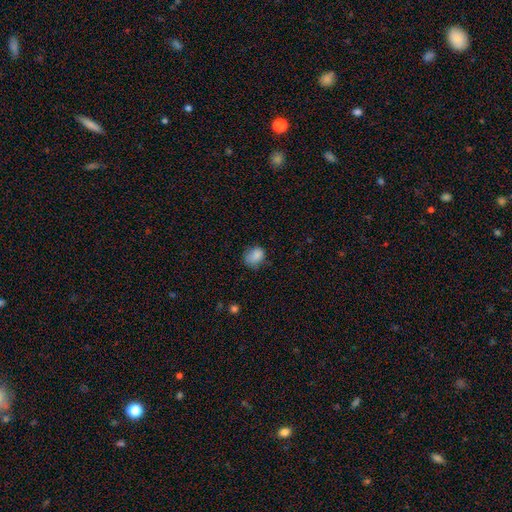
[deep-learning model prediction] smooth-or-featured: smooth: 84% | star or artifact: 9% | featured or disk: 6%
  how-rounded: in between: 56% | round: 43% | cigar-shaped: 1%
  merging: none: 58% | minor disturbance: 30% | major disturbance: 9% | merger: 2%